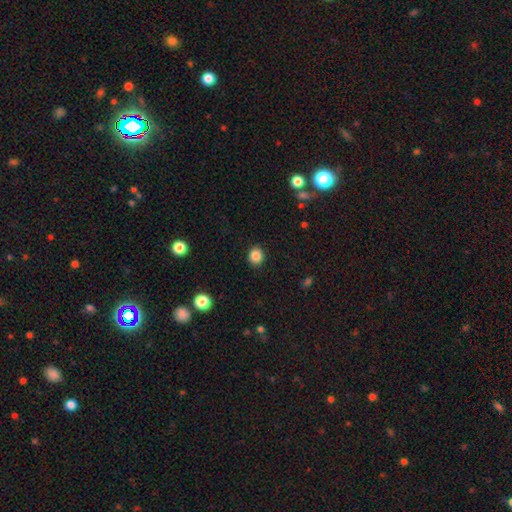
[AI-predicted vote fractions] The model was most divided on "how rounded": round: 81%, in between: 18%, cigar-shaped: 1%. More confident: merging — none (91%); smooth or featured — smooth (86%).